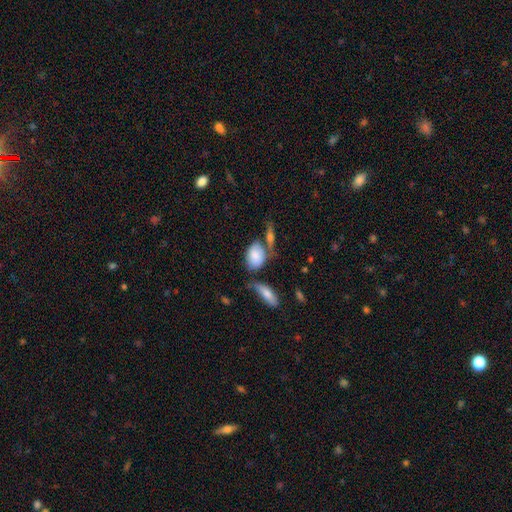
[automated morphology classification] Overall: smooth (81%). How rounded: in between (84%). Merging: none (47%; merger 22%).